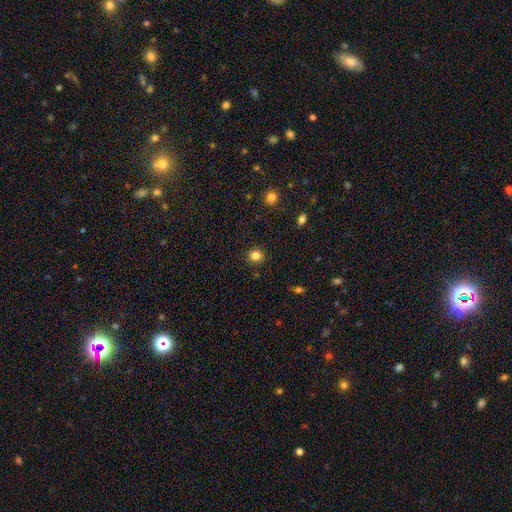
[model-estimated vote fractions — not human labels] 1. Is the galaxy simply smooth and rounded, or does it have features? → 84% smooth, 12% star or artifact, 4% featured or disk.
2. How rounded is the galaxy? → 78% round, 21% in between, 1% cigar-shaped.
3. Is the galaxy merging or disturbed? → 89% none, 7% minor disturbance, 2% major disturbance, 1% merger.